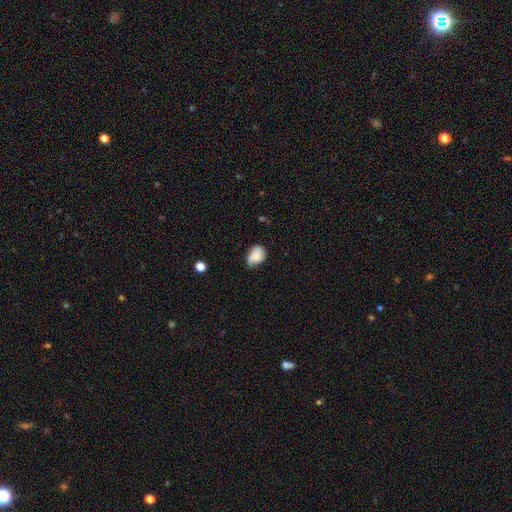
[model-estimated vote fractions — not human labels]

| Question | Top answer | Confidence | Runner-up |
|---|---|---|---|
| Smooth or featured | smooth | 71% | featured or disk (20%) |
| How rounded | in between | 66% | round (32%) |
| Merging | none | 48% | minor disturbance (39%) |